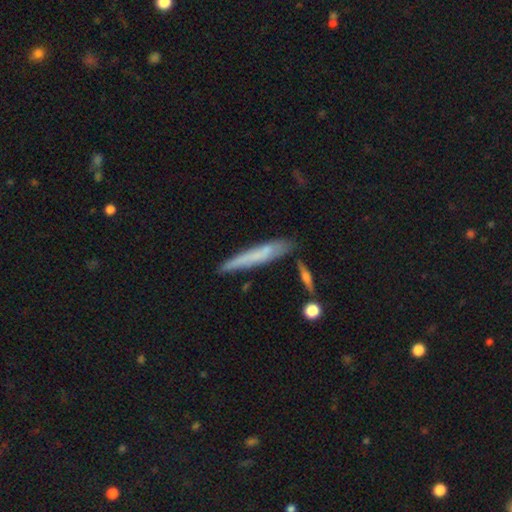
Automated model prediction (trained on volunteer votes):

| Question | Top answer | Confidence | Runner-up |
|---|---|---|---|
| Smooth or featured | smooth | 59% | featured or disk (33%) |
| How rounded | cigar-shaped | 94% | in between (5%) |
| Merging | none | 71% | minor disturbance (18%) |